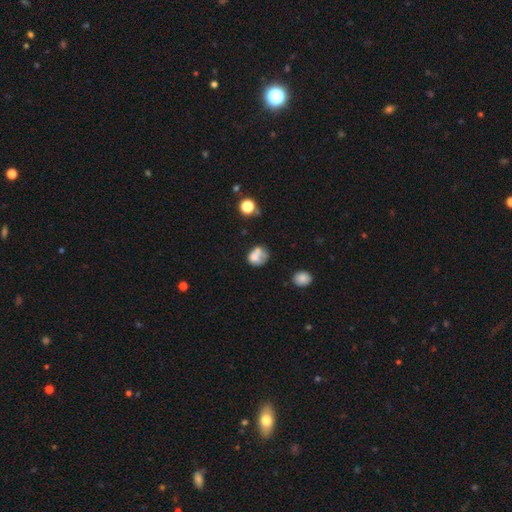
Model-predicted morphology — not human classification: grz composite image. It shows a smooth galaxy with no disk features (65%) that is round (55%). Merging: none (32%).